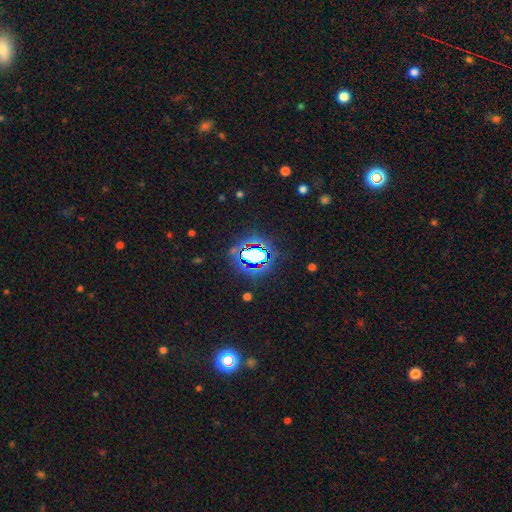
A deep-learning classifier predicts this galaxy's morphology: Q: Smooth or featured?
A: star or artifact (68%); runner-up: smooth (19%)